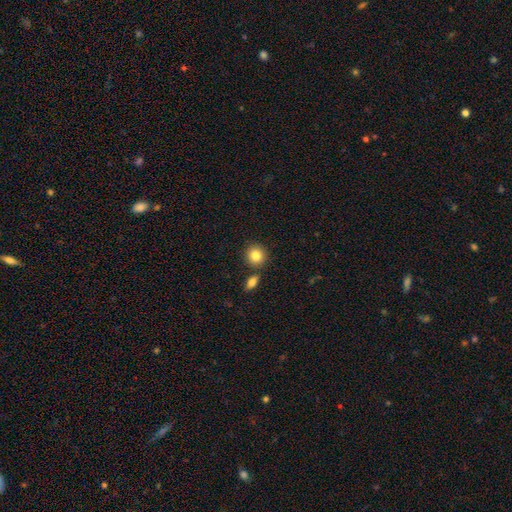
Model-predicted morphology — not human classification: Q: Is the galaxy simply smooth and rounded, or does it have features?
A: smooth — 85%.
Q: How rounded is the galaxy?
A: round — 84%.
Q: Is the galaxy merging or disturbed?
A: none — 77%.